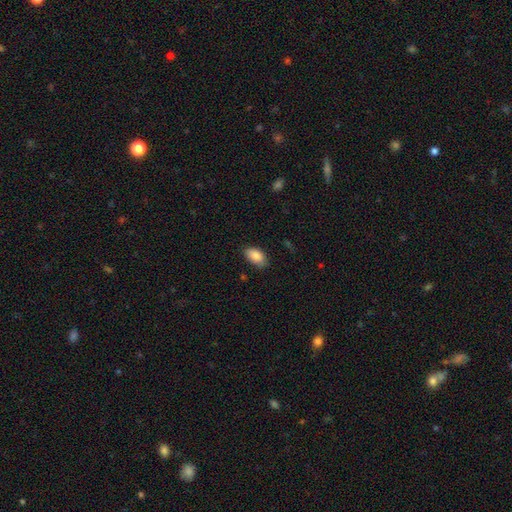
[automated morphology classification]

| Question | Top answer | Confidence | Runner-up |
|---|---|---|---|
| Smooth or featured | smooth | 87% | star or artifact (7%) |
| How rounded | in between | 93% | round (5%) |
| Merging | none | 80% | minor disturbance (16%) |